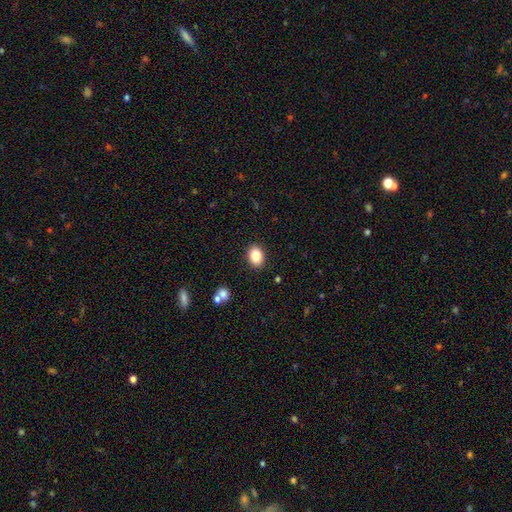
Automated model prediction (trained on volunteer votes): smooth 85%, star or artifact 9%, featured or disk 6%. Down the decision tree: how rounded — in between (64%); merging — none (89%).